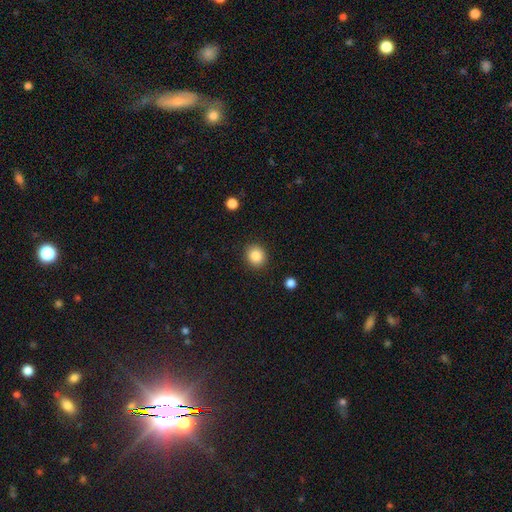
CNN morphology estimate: Overall: smooth (86%). How rounded: round (81%). Merging: none (90%).